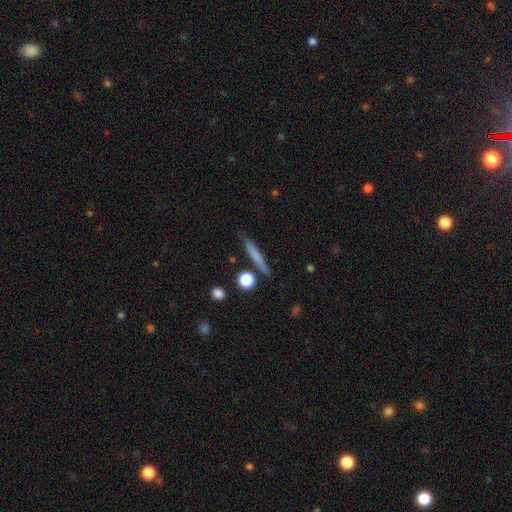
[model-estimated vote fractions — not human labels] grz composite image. It shows a smooth galaxy with no disk features (66%) that is cigar-shaped (91%). Merging: none (85%).